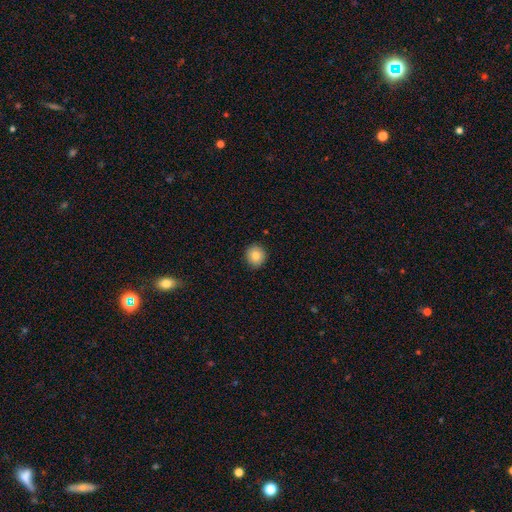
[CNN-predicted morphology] Overall: smooth (83%). How rounded: round (90%). Merging: none (90%).